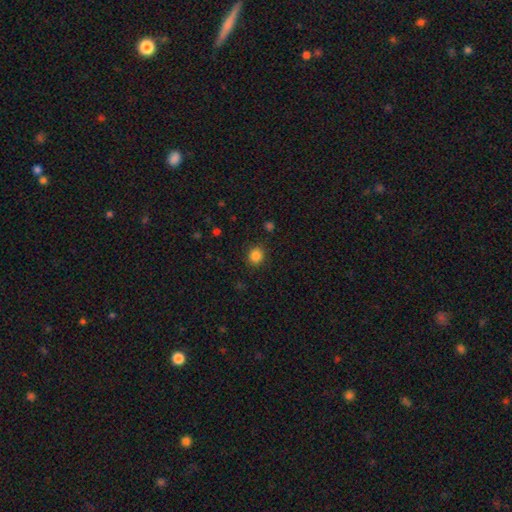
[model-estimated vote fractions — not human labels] A smooth galaxy with no disk features (84%) that is round (84%).

Vote fractions:
- Smooth or featured? smooth: 84% / star or artifact: 12% / featured or disk: 4%
- How rounded? round: 84% / in between: 16% / cigar-shaped: 1%
- Merging? none: 89% / minor disturbance: 7% / major disturbance: 2% / merger: 1%